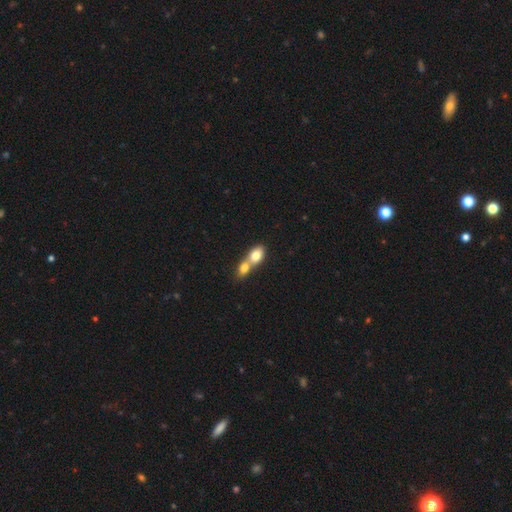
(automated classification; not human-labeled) The model was most divided on "how rounded": in between: 71%, round: 25%, cigar-shaped: 4%. More confident: merging — merger (76%); smooth or featured — smooth (76%).